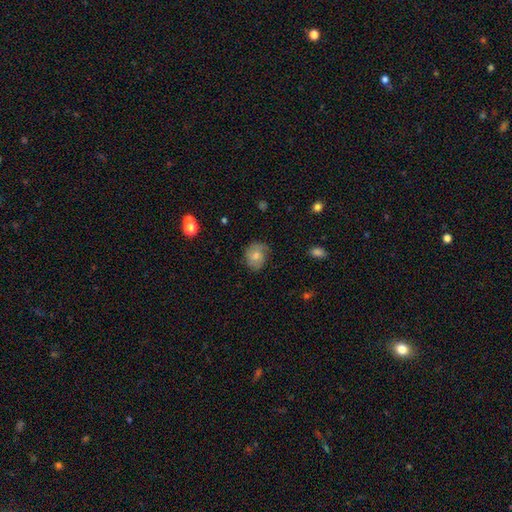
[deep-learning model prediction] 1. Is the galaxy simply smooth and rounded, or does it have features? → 67% smooth, 24% featured or disk, 8% star or artifact.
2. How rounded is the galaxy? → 65% round, 34% in between, 1% cigar-shaped.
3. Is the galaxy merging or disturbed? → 67% none, 24% minor disturbance, 7% major disturbance, 1% merger.